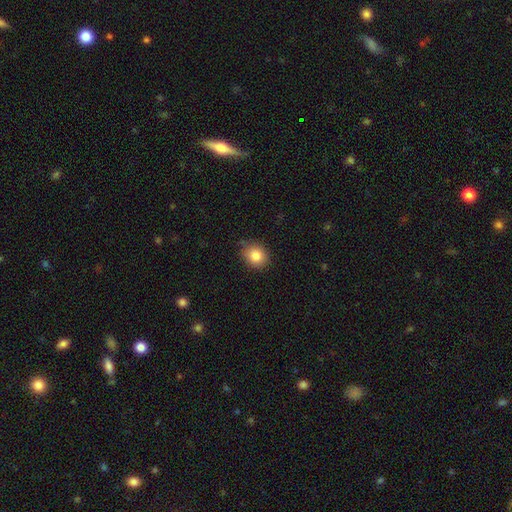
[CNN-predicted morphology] Smooth or featured? smooth (83%)
How rounded? round (69%)
Merging? none (77%)